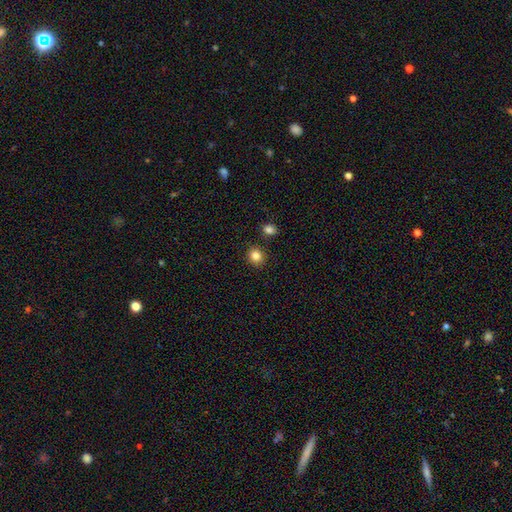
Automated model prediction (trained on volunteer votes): smooth_or_featured: smooth (p=0.84) [alt: star or artifact p=0.11]
how_rounded: round (p=0.81) [alt: in between p=0.18]
merging: none (p=0.86) [alt: minor disturbance p=0.07]